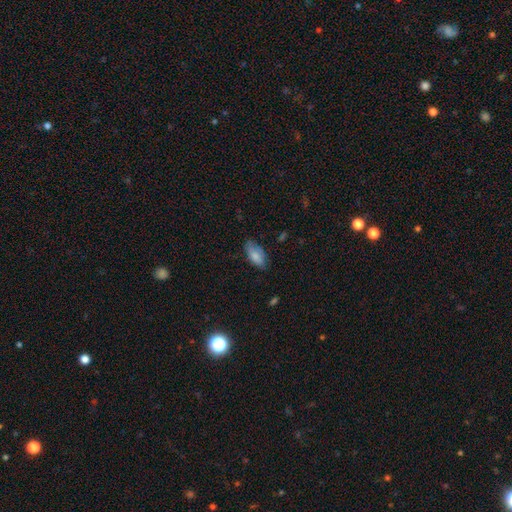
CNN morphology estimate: Smooth or featured: smooth — 78% (featured or disk — 14%)
How rounded: in between — 91% (cigar-shaped — 6%)
Merging: none — 65% (minor disturbance — 28%)